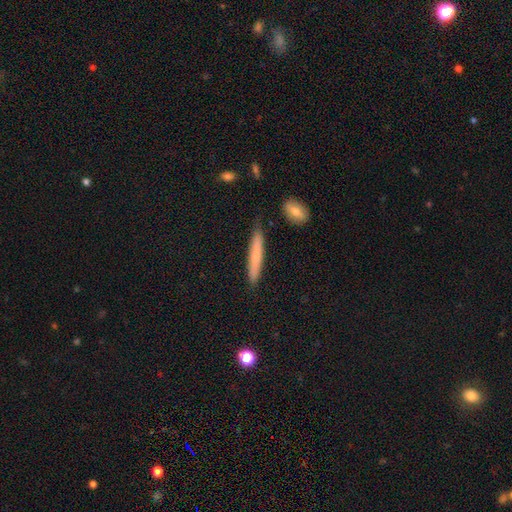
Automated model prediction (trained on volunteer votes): smooth-or-featured: smooth: 68% | featured or disk: 25% | star or artifact: 6%
  how-rounded: cigar-shaped: 94% | in between: 5% | round: 1%
  merging: none: 85% | minor disturbance: 11% | merger: 2% | major disturbance: 2%